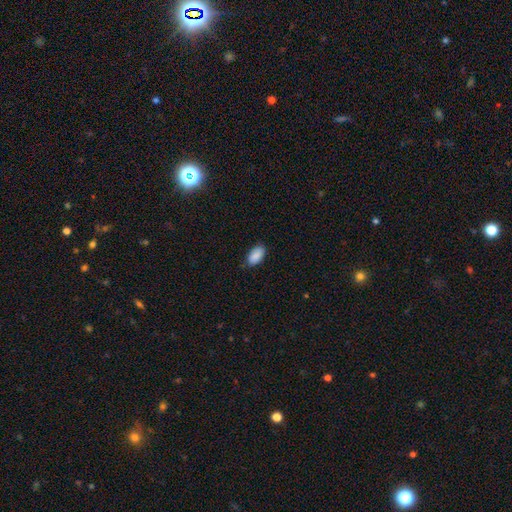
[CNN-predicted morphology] A smooth galaxy with no disk features (88%) that is in between round and cigar-shaped (95%).

Vote fractions:
- Smooth or featured? smooth: 88% / star or artifact: 7% / featured or disk: 5%
- How rounded? in between: 95% / round: 3% / cigar-shaped: 2%
- Merging? none: 79% / minor disturbance: 17% / major disturbance: 3% / merger: 1%